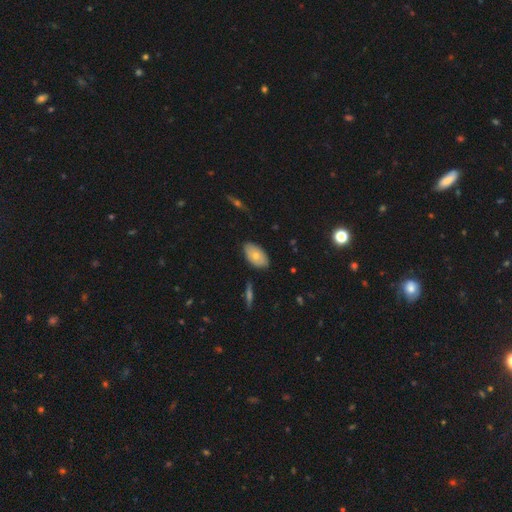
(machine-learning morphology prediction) smooth_or_featured: smooth (p=0.67) [alt: featured or disk p=0.25]
how_rounded: in between (p=0.92) [alt: round p=0.06]
merging: none (p=0.80) [alt: minor disturbance p=0.16]